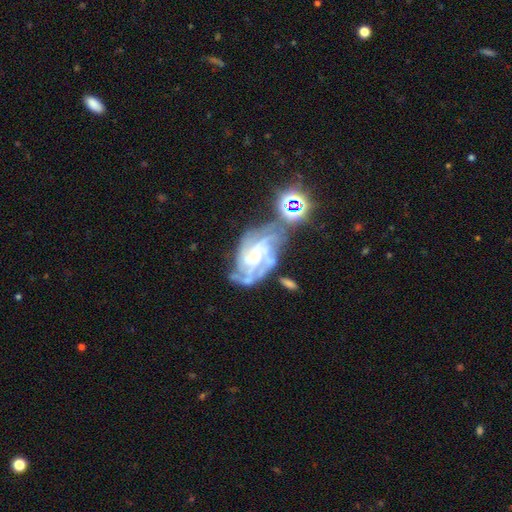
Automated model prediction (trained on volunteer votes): featured or disk 86%, star or artifact 8%, smooth 5%. Down the decision tree: edge-on disk — no (97%); bar — no (54%); spiral arms — yes (97%); spiral arm count — 4 (27%); spiral winding — tight (50%); bulge size — small (58%); merging — none (45%).